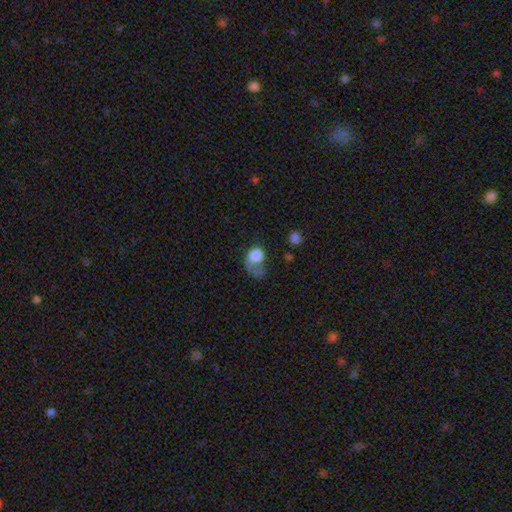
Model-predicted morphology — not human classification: The model was most divided on "how rounded": round: 50%, in between: 49%, cigar-shaped: 1%. More confident: smooth or featured — smooth (73%); merging — major disturbance (52%).